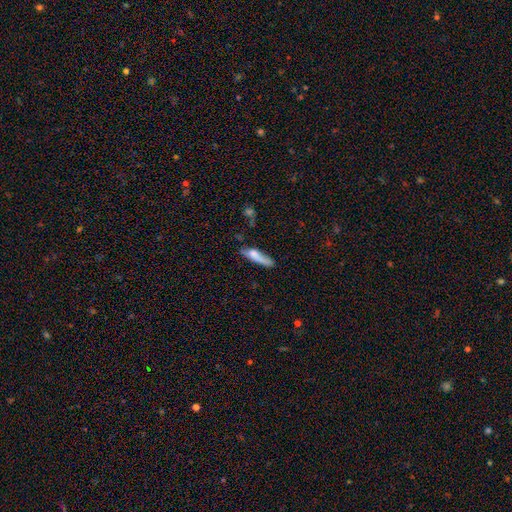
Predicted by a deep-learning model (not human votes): A smooth galaxy with no disk features (71%) that is cigar-shaped (76%).

Vote fractions:
- Smooth or featured? smooth: 71% / featured or disk: 22% / star or artifact: 7%
- How rounded? cigar-shaped: 76% / in between: 22% / round: 2%
- Merging? none: 48% / minor disturbance: 28% / major disturbance: 15% / merger: 9%